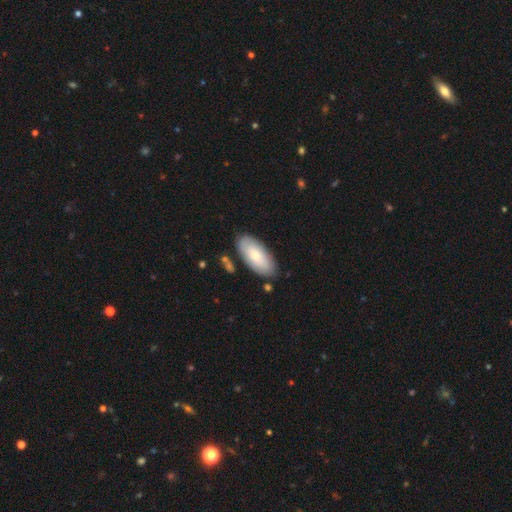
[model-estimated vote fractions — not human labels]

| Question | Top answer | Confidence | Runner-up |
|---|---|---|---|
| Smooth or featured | smooth | 71% | featured or disk (23%) |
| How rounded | in between | 91% | cigar-shaped (7%) |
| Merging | none | 81% | minor disturbance (13%) |